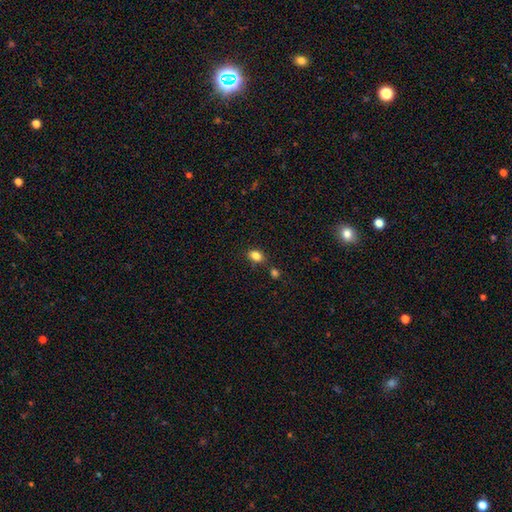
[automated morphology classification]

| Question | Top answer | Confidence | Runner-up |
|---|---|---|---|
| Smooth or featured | smooth | 84% | star or artifact (11%) |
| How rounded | in between | 73% | round (25%) |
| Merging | none | 75% | minor disturbance (12%) |